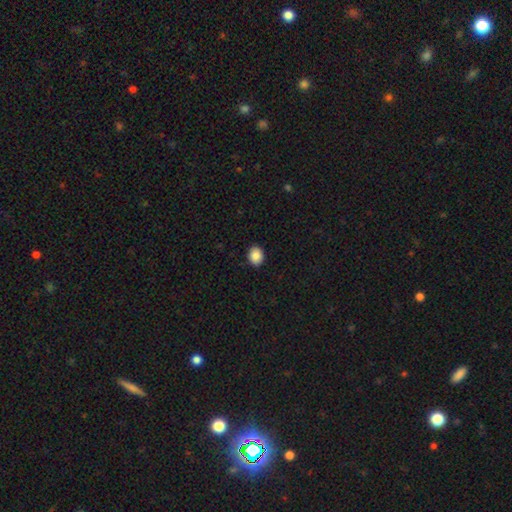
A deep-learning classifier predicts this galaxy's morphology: smooth 88%, star or artifact 8%, featured or disk 4%. Down the decision tree: how rounded — in between (54%); merging — none (90%).